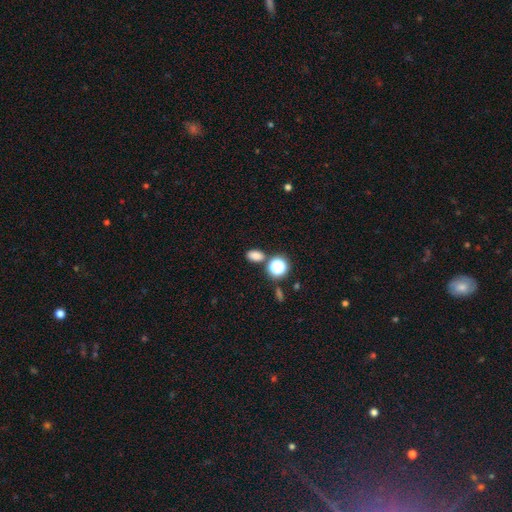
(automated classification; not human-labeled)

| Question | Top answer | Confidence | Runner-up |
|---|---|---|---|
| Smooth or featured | smooth | 78% | star or artifact (17%) |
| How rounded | in between | 77% | round (21%) |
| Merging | none | 77% | minor disturbance (11%) |